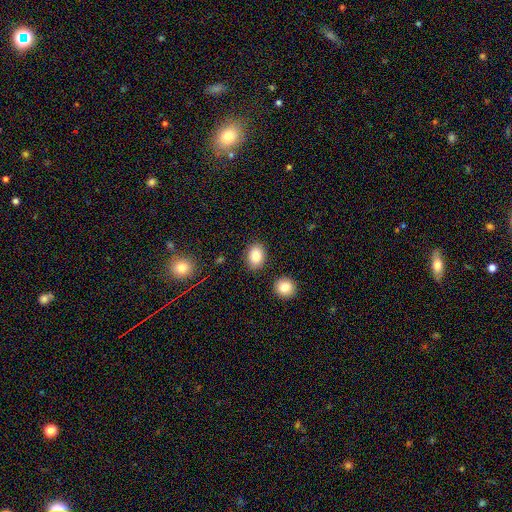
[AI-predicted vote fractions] smooth 85%, star or artifact 8%, featured or disk 7%. Down the decision tree: how rounded — in between (73%); merging — none (85%).